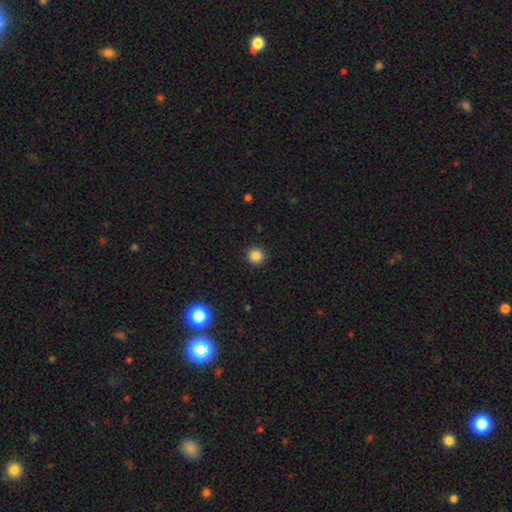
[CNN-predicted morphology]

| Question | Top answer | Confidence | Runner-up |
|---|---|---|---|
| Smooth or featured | smooth | 85% | star or artifact (11%) |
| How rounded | round | 95% | in between (4%) |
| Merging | none | 93% | minor disturbance (5%) |